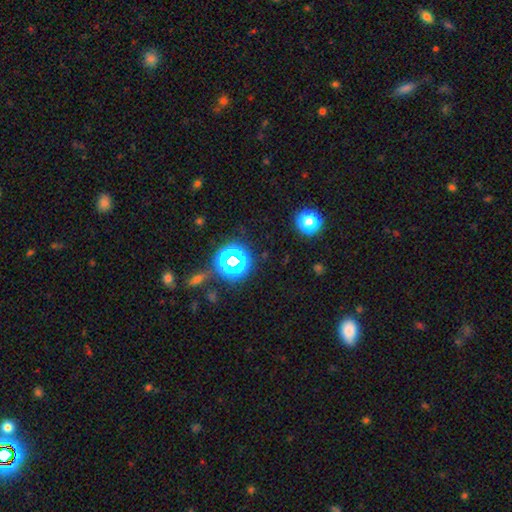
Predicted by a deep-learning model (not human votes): A star or artifact, not a galaxy (60%).